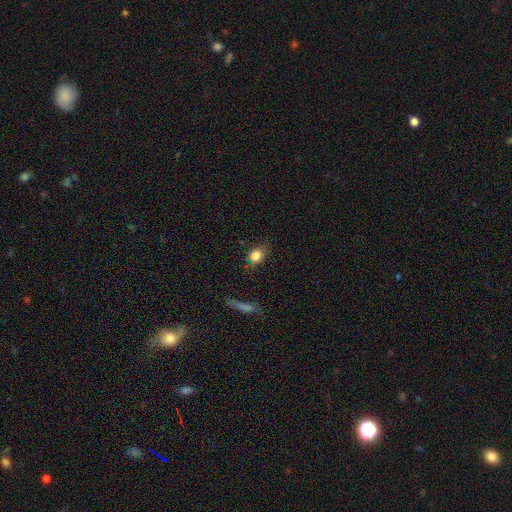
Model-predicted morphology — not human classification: smooth-or-featured: smooth: 82% | star or artifact: 10% | featured or disk: 7%
  how-rounded: in between: 55% | round: 41% | cigar-shaped: 3%
  merging: none: 75% | minor disturbance: 18% | major disturbance: 4% | merger: 3%